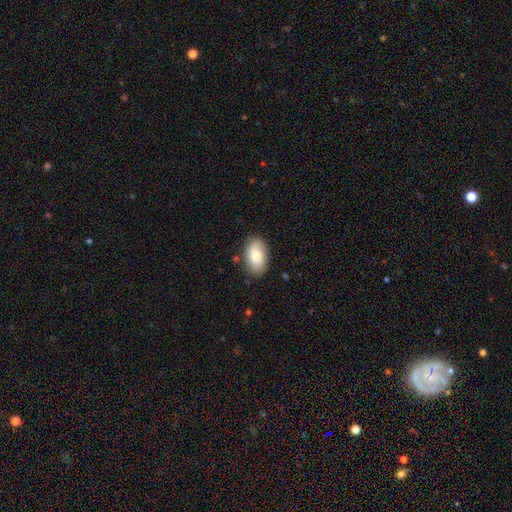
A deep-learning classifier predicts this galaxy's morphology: Smooth or featured? Predicted: smooth (p=0.77). How rounded? Predicted: in between (p=0.92). Merging? Predicted: none (p=0.81).